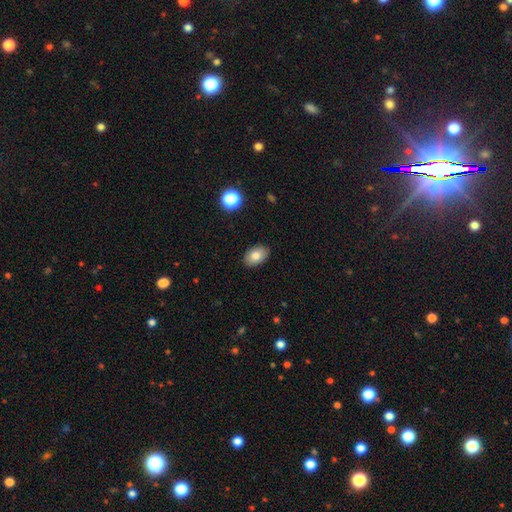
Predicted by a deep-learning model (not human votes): Overall: smooth (81%). How rounded: in between (88%). Merging: none (88%).